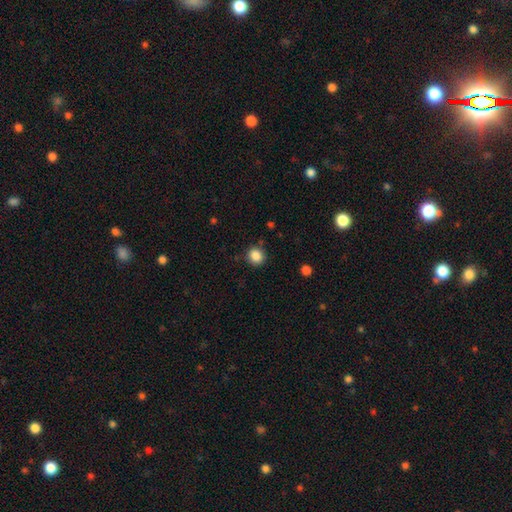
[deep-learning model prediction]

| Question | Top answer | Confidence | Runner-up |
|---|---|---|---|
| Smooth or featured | smooth | 87% | star or artifact (10%) |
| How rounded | round | 80% | in between (19%) |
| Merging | none | 86% | minor disturbance (10%) |